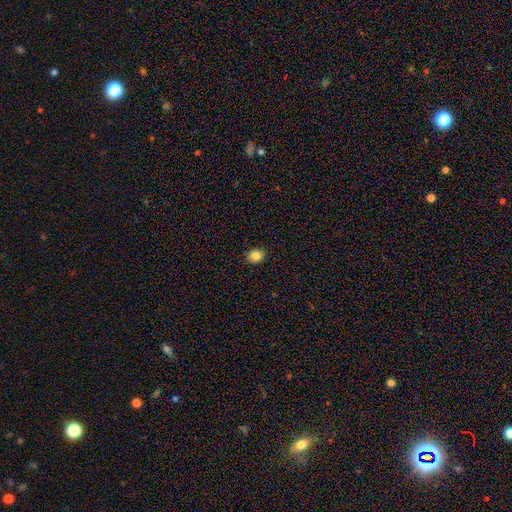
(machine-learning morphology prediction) smooth 84%, star or artifact 10%, featured or disk 5%. Down the decision tree: how rounded — round (63%); merging — none (89%).